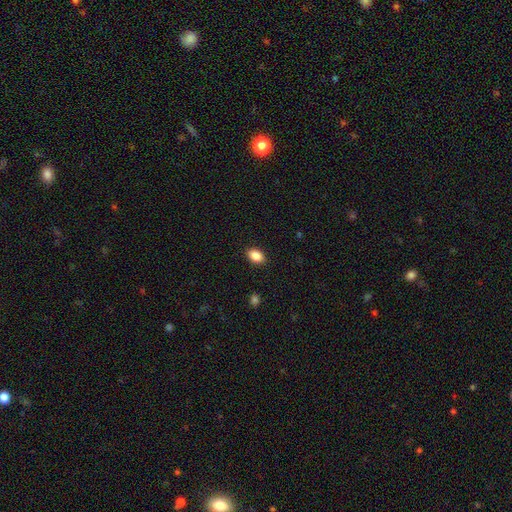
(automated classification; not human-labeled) Smooth or featured: smooth — 88% (star or artifact — 8%)
How rounded: in between — 88% (round — 11%)
Merging: none — 89% (minor disturbance — 8%)